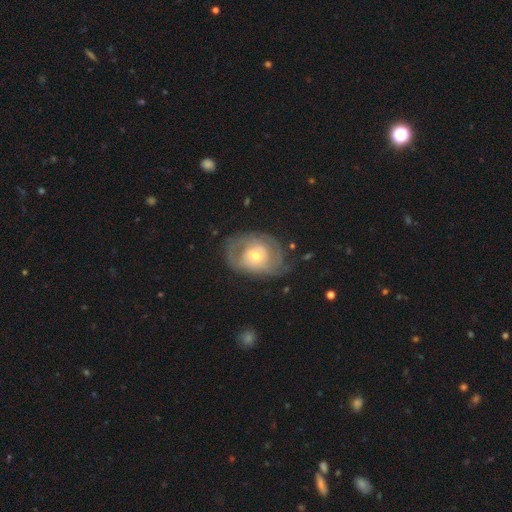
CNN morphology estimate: Smooth or featured: featured or disk — 75% (smooth — 19%)
Edge-on disk: no — 96% (yes — 4%)
Bar: no — 71% (weak — 24%)
Spiral arms: yes — 85% (no — 15%)
Spiral winding: tight — 58% (medium — 31%)
Spiral arm count: can't tell — 38% (2 — 32%)
Bulge size: moderate — 56% (small — 36%)
Merging: none — 64% (minor disturbance — 22%)